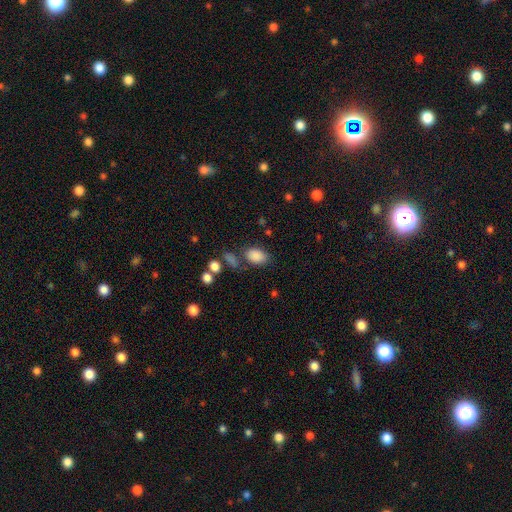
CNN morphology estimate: A smooth galaxy with no disk features (85%) that is in between round and cigar-shaped (85%). Merging: none (69%).